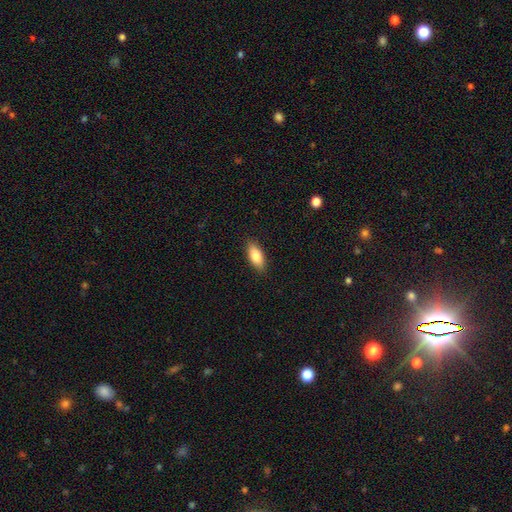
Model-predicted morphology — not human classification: type=smooth (82%); roundness=in between (81%); merging=none (88%).